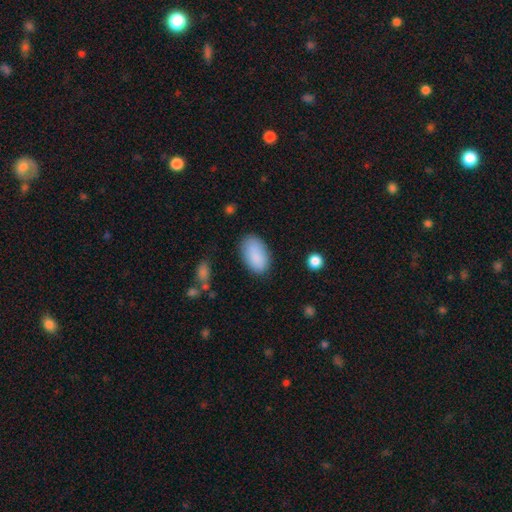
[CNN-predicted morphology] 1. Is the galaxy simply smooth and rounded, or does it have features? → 89% smooth, 6% star or artifact, 5% featured or disk.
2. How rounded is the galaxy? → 94% in between, 4% round, 2% cigar-shaped.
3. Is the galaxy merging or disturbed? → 82% none, 13% minor disturbance, 3% major disturbance, 2% merger.